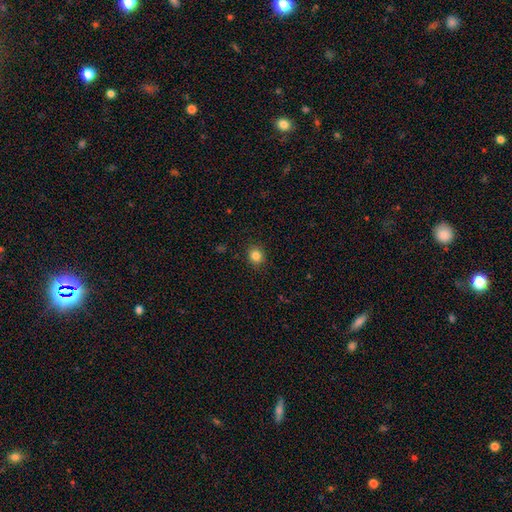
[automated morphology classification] Smooth or featured? Predicted: smooth (p=0.84). How rounded? Predicted: round (p=0.80). Merging? Predicted: none (p=0.90).